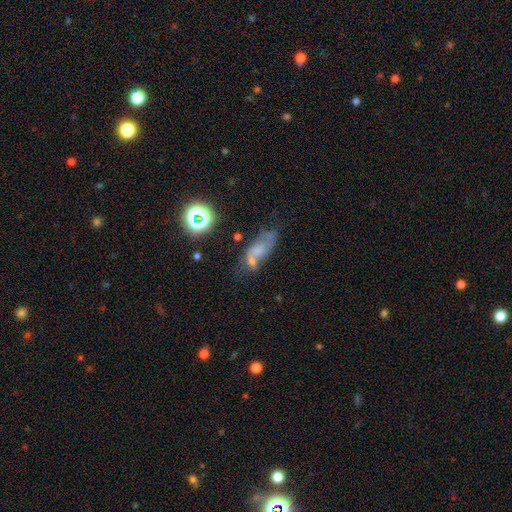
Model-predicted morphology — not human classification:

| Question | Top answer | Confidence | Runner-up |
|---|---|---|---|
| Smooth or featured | featured or disk | 41% | smooth (35%) |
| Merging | none | 51% | minor disturbance (21%) |